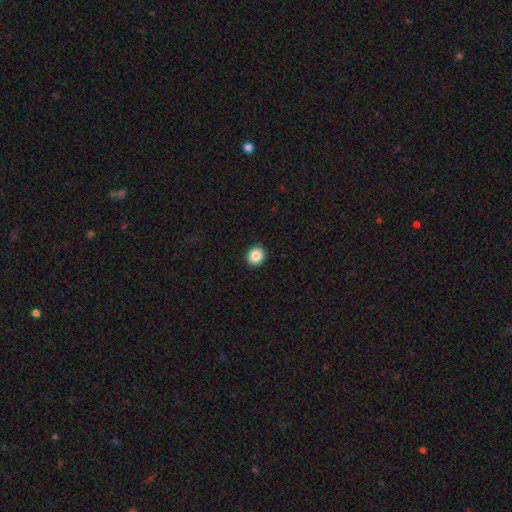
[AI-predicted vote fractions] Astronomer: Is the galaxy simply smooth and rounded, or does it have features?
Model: smooth — 87%.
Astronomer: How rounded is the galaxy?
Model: round — 88%.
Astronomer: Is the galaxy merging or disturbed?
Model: none — 93%.